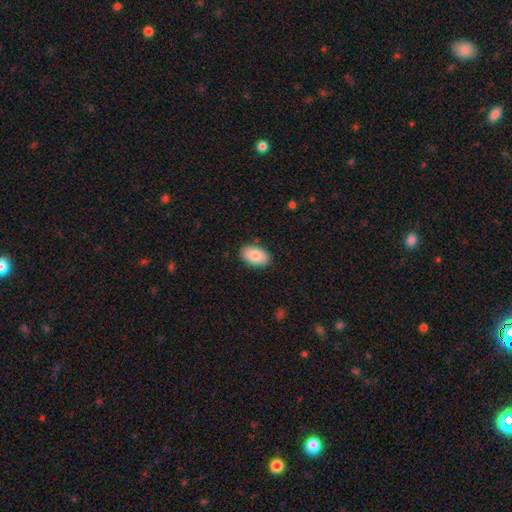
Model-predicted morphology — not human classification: smooth-or-featured: smooth: 85% | featured or disk: 9% | star or artifact: 6%
  how-rounded: in between: 93% | round: 6% | cigar-shaped: 1%
  merging: none: 86% | minor disturbance: 11% | major disturbance: 2% | merger: 1%